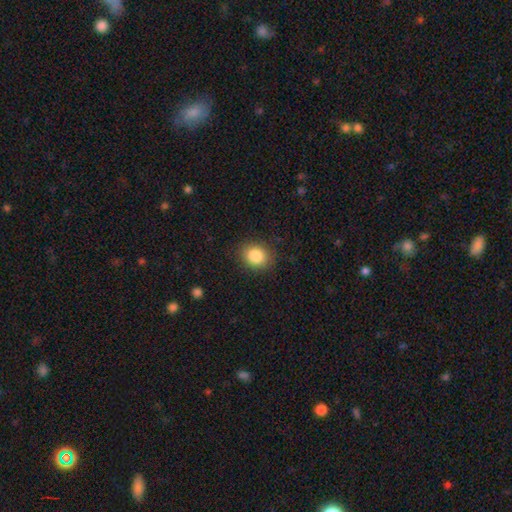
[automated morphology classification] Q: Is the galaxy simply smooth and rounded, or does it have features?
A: smooth — 85%.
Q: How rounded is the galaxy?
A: round — 55%.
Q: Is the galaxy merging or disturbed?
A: none — 87%.